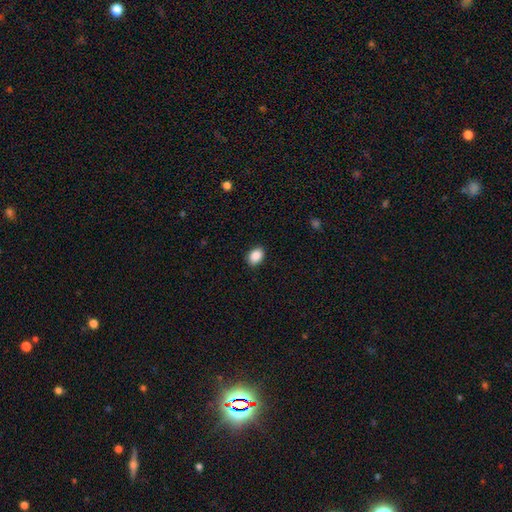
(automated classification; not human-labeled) smooth_or_featured: smooth (p=0.89) [alt: star or artifact p=0.08]
how_rounded: in between (p=0.76) [alt: round p=0.23]
merging: none (p=0.89) [alt: minor disturbance p=0.08]